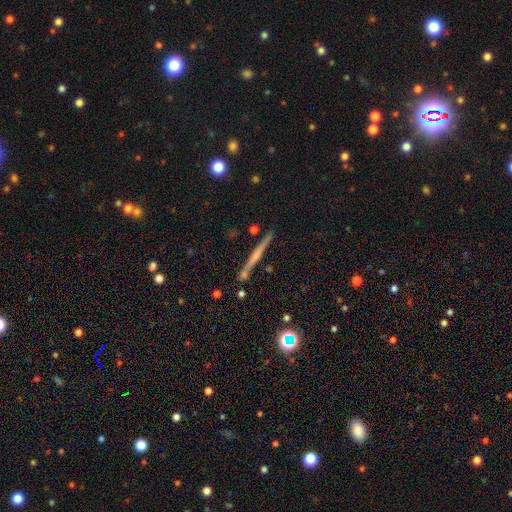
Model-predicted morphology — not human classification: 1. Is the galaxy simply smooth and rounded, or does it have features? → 66% featured or disk, 22% smooth, 12% star or artifact.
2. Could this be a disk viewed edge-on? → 97% yes, 3% no.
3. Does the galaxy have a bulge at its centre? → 53% rounded, 37% none, 10% boxy.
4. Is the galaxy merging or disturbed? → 87% none, 8% minor disturbance, 3% merger, 2% major disturbance.